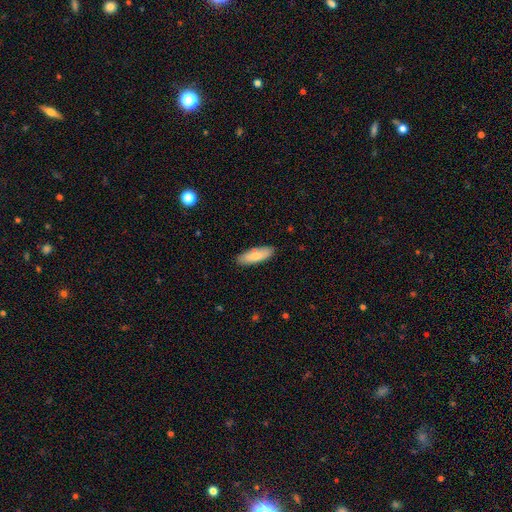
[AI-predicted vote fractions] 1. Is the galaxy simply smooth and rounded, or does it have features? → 79% smooth, 15% featured or disk, 6% star or artifact.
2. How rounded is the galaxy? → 61% in between, 37% cigar-shaped, 2% round.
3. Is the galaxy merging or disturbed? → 83% none, 13% minor disturbance, 2% major disturbance, 2% merger.